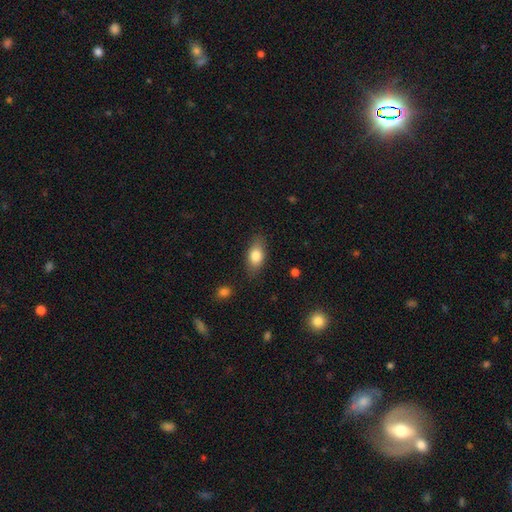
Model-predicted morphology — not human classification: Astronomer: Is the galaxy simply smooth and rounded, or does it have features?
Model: smooth — 79%.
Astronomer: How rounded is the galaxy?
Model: in between — 85%.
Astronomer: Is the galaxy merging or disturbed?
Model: none — 83%.